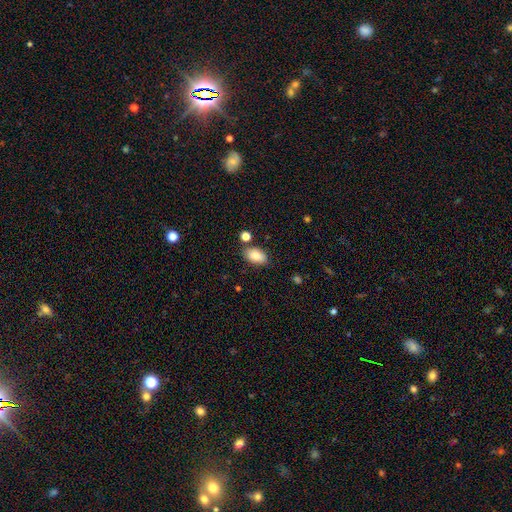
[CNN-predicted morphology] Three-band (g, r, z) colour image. It shows a smooth galaxy with no disk features (84%) that is in between round and cigar-shaped (91%). Merging: none (77%).